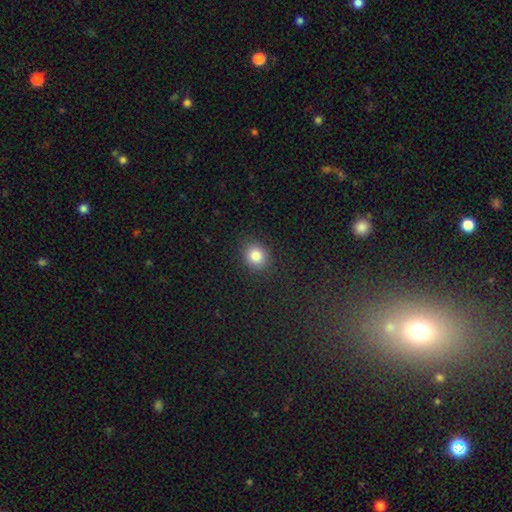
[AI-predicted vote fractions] This is clearly a smooth galaxy (83%). How rounded: likely round (71%). Merging: clearly none (88%).